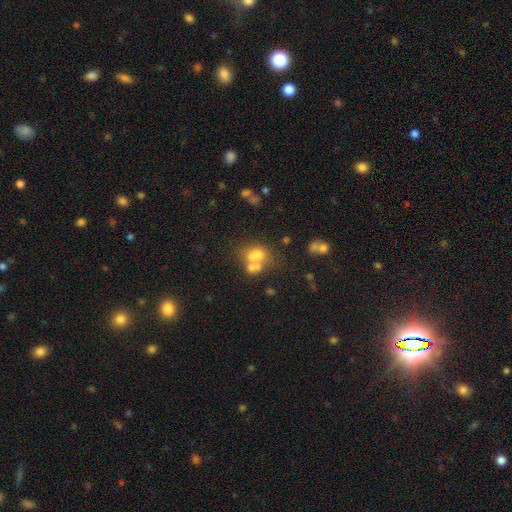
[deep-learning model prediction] Morphology: type=smooth (56%); roundness=in between (58%); merging=merger (54%).